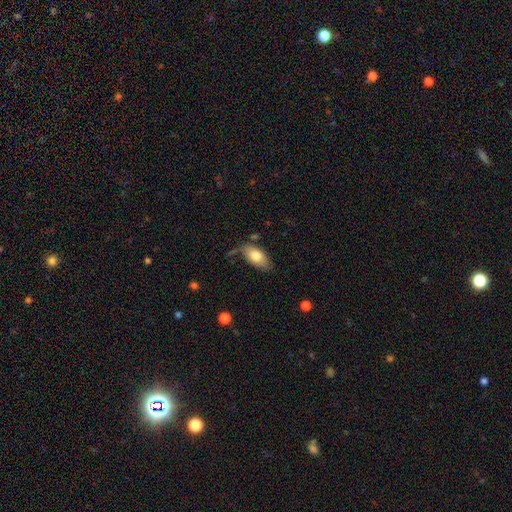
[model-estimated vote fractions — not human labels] Morphology: type=smooth (77%); roundness=in between (92%); merging=none (63%).